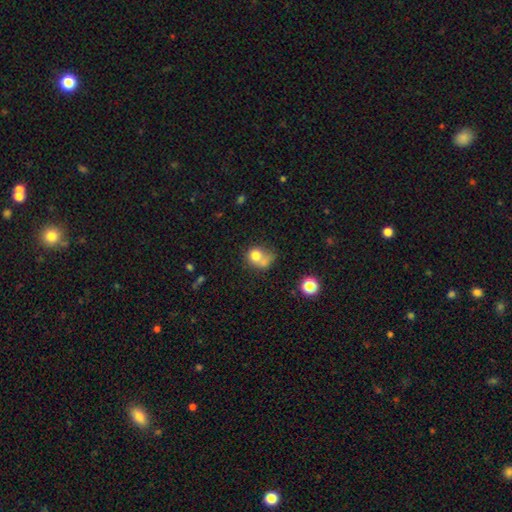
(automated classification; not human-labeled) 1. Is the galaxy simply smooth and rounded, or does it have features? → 73% smooth, 16% featured or disk, 11% star or artifact.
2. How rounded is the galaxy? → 71% round, 28% in between, 1% cigar-shaped.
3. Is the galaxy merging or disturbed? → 44% merger, 30% none, 14% minor disturbance, 12% major disturbance.